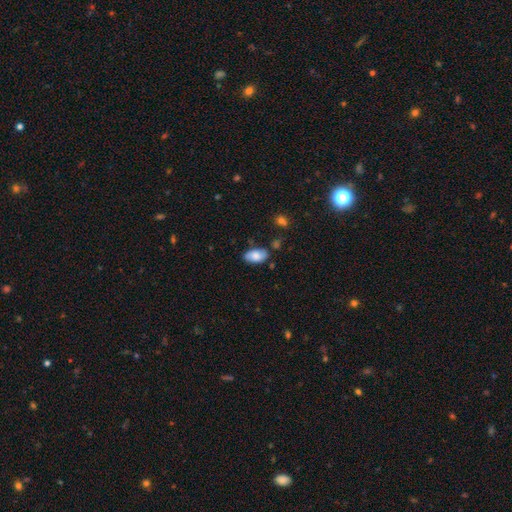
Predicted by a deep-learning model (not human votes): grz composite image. It shows a smooth galaxy with no disk features (77%) that is in between round and cigar-shaped (94%). Merging: none (77%).